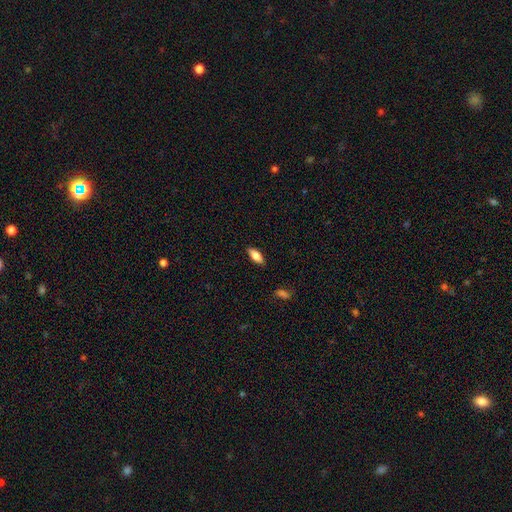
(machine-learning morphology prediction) smooth-or-featured: smooth: 78% | featured or disk: 15% | star or artifact: 7%
  how-rounded: in between: 79% | cigar-shaped: 18% | round: 2%
  merging: none: 87% | minor disturbance: 9% | major disturbance: 2% | merger: 1%